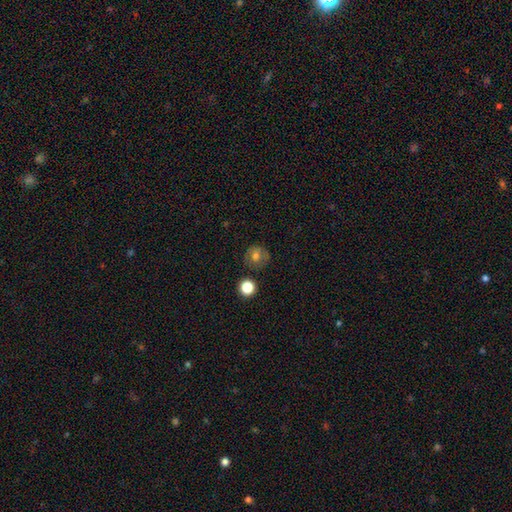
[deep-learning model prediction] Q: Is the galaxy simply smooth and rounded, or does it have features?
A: smooth — 68%.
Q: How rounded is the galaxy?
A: round — 87%.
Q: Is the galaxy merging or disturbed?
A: none — 79%.